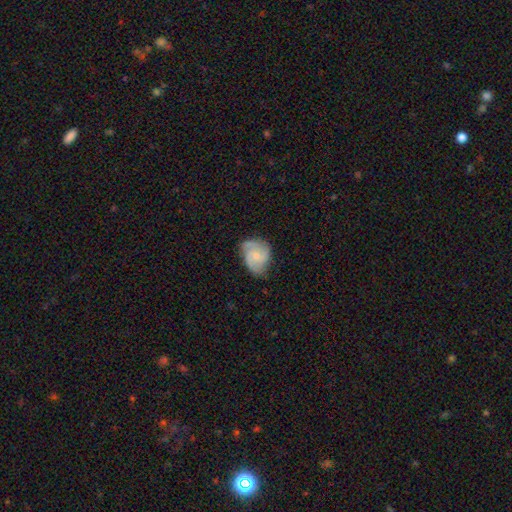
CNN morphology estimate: A featured or disk galaxy (70%) with no bar (70%), 3 (44%) medium (48%) spiral arms (94%) and a small central bulge (56%). Merging: none (62%).